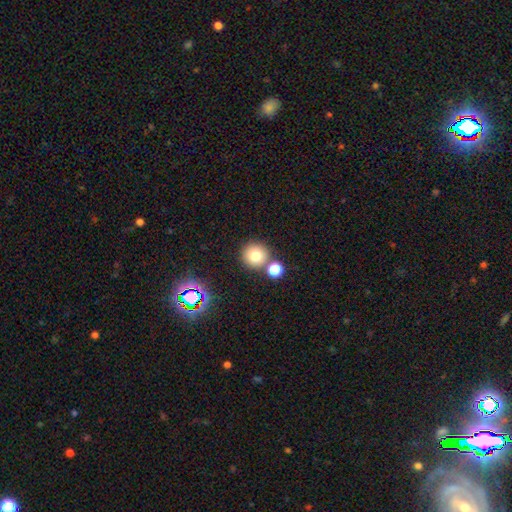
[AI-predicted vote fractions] This is likely a smooth galaxy (76%). How rounded: clearly round (94%). Merging: likely none (74%).